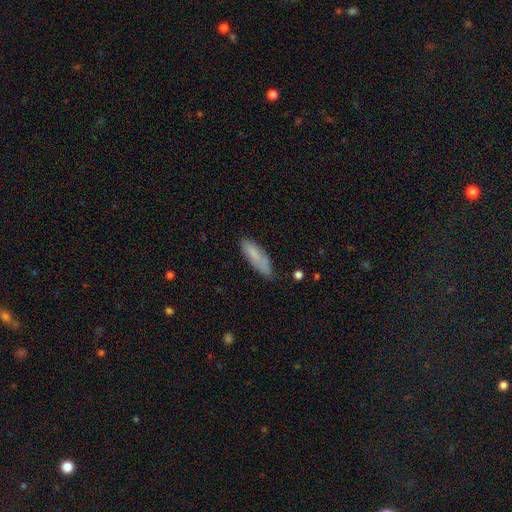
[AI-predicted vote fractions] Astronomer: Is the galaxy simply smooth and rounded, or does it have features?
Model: smooth — 75%.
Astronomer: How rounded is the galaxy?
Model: in between — 50% (runner-up: cigar-shaped, 48%).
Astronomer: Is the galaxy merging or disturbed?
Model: none — 68%.